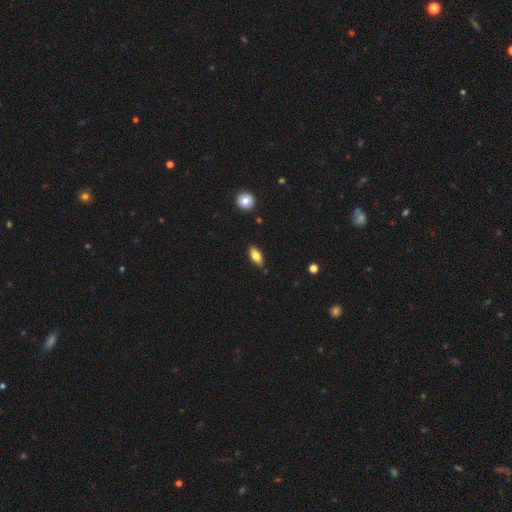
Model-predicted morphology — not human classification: Smooth or featured? Predicted: smooth (p=0.75). How rounded? Predicted: in between (p=0.86). Merging? Predicted: none (p=0.83).